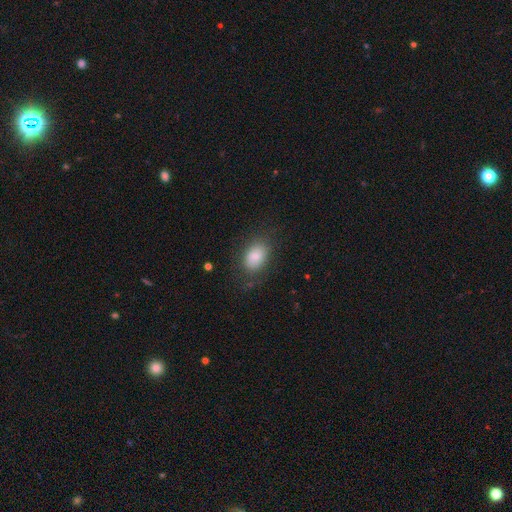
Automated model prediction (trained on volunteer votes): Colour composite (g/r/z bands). It shows a smooth galaxy with no disk features (82%) that is in between round and cigar-shaped (83%). Merging: none (76%).